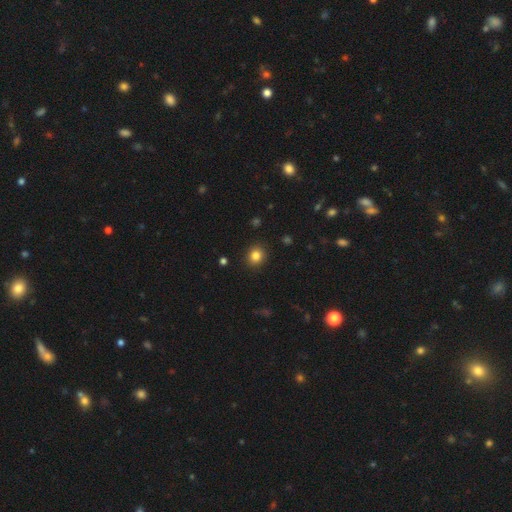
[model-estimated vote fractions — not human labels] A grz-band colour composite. It shows a smooth galaxy with no disk features (83%) that is round (82%). Merging: none (91%).